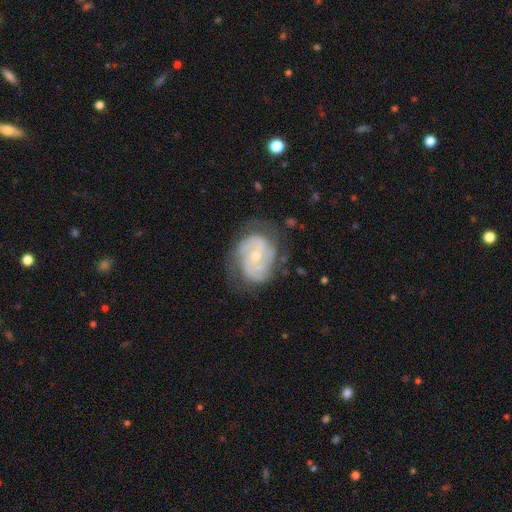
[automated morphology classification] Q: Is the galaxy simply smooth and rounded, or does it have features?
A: featured or disk — 84%.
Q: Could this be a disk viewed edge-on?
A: no — 97%.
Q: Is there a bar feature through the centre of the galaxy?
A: no — 70%.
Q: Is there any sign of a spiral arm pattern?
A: yes — 95%.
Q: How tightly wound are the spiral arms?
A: tight — 58%.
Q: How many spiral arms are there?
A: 2 — 31%.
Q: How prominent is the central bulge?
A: small — 60%.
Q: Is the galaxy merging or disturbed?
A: none — 68%.